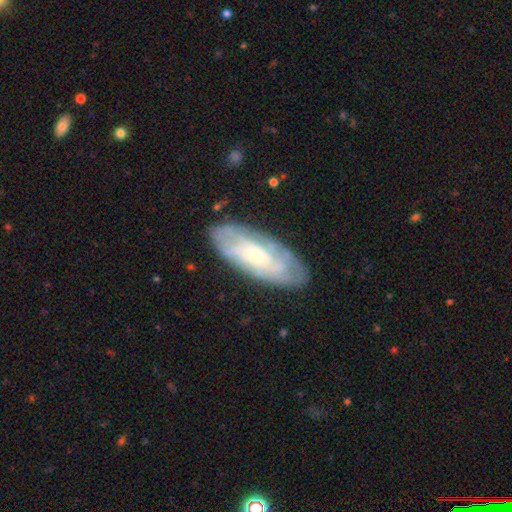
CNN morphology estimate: This is likely a featured or disk galaxy (69%). It is clearly not viewed edge-on (87%). Bar: likely no (67%). Spiral arm pattern: clearly yes (83%). Central bulge: likely small (62%). Merging: likely none (80%).